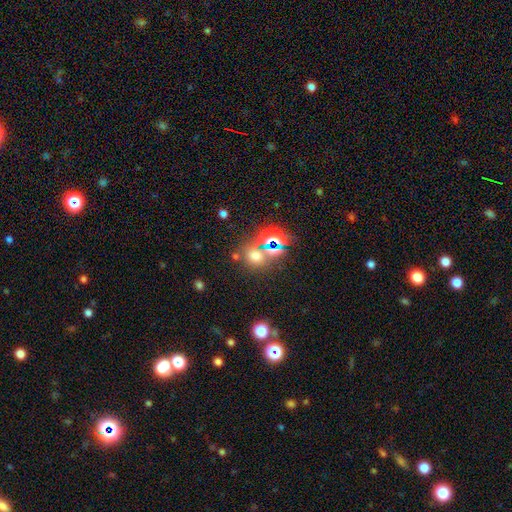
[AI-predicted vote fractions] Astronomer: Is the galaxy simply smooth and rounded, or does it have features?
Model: smooth — 56% (runner-up: star or artifact, 36%).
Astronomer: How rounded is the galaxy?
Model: round — 75%.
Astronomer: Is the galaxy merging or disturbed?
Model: none — 64%.